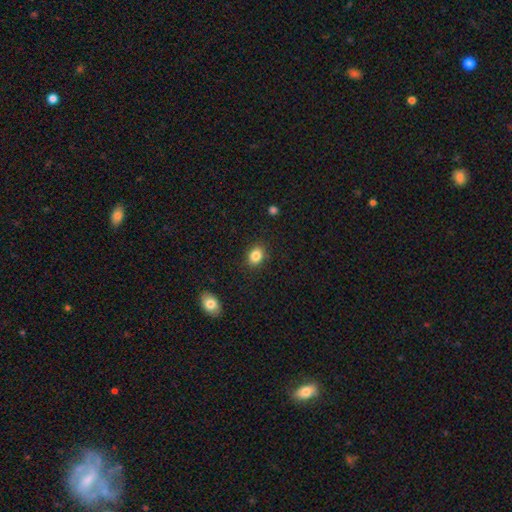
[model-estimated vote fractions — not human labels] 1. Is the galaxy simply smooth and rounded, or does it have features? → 85% smooth, 10% star or artifact, 5% featured or disk.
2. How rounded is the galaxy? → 57% in between, 42% round, 1% cigar-shaped.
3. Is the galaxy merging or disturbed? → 87% none, 9% minor disturbance, 2% major disturbance, 1% merger.